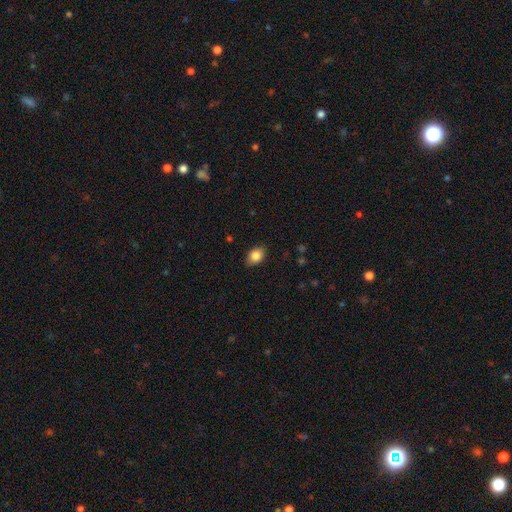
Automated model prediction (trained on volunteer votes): smooth 85%, star or artifact 8%, featured or disk 7%. Down the decision tree: how rounded — in between (77%); merging — none (86%).